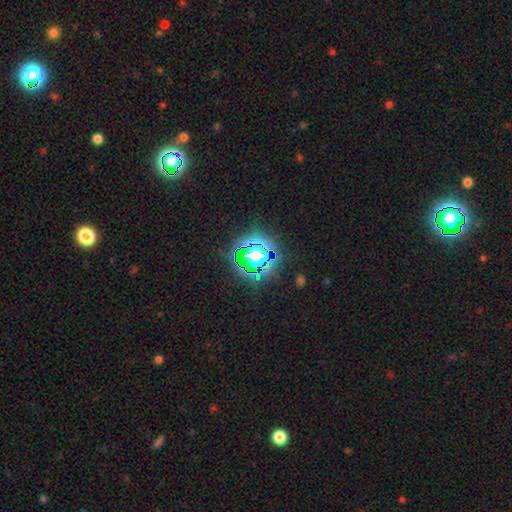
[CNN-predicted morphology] Smooth or featured? Predicted: star or artifact (p=0.69).